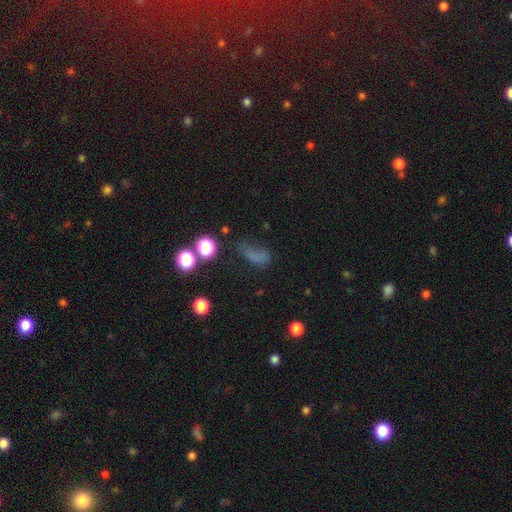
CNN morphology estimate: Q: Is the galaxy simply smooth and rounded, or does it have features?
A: smooth — 56%.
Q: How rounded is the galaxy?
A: in between — 68%.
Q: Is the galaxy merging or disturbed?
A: none — 36%.